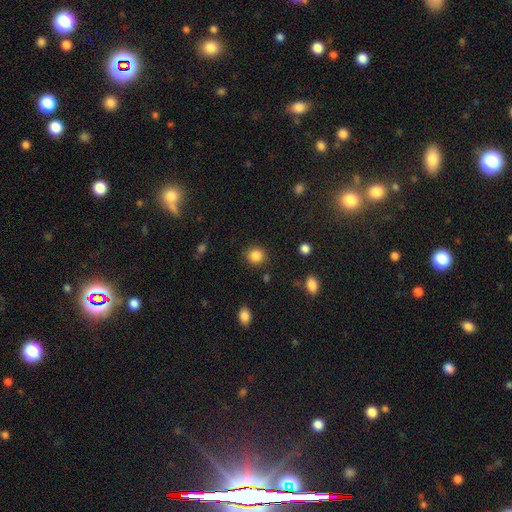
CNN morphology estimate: smooth-or-featured: smooth: 86% | star or artifact: 10% | featured or disk: 4%
  how-rounded: round: 86% | in between: 13% | cigar-shaped: 1%
  merging: none: 88% | minor disturbance: 8% | major disturbance: 3% | merger: 2%